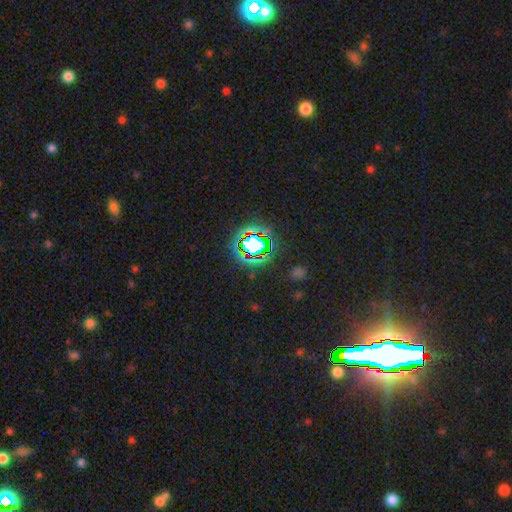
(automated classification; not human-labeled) smooth-or-featured: star or artifact: 81% | smooth: 10% | featured or disk: 9%